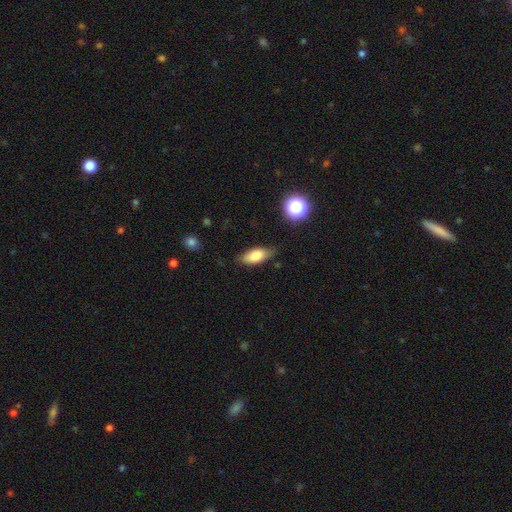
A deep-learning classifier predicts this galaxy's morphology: A smooth galaxy with no disk features (79%) that is in between round and cigar-shaped (83%). Merging: none (72%).